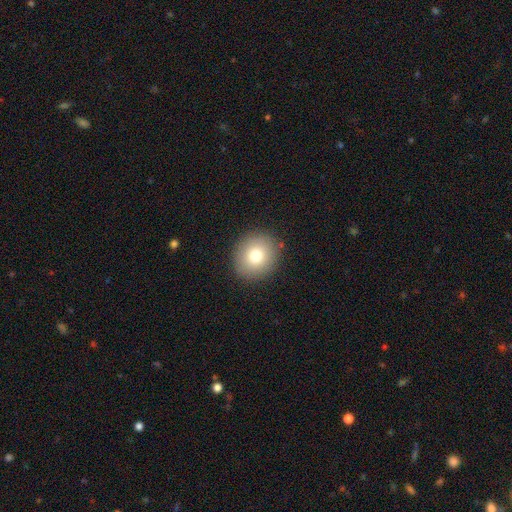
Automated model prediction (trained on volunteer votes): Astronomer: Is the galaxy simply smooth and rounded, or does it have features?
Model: smooth — 76%.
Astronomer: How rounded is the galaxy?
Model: round — 84%.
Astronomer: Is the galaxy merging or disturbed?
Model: none — 90%.